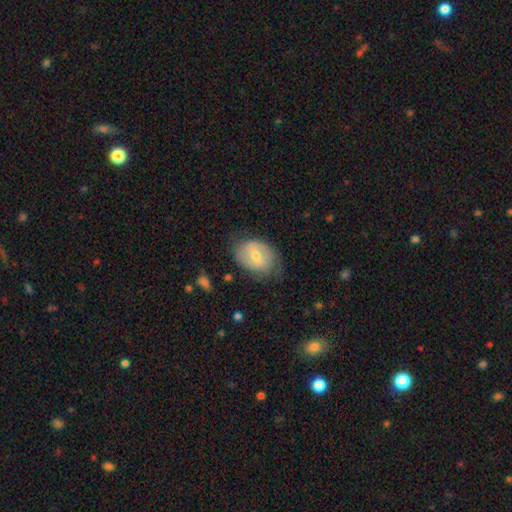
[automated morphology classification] smooth-or-featured: featured or disk: 50% | smooth: 43% | star or artifact: 6%
  disk-edge-on: no: 95% | yes: 5%
  merging: none: 63% | minor disturbance: 26% | major disturbance: 10% | merger: 2%